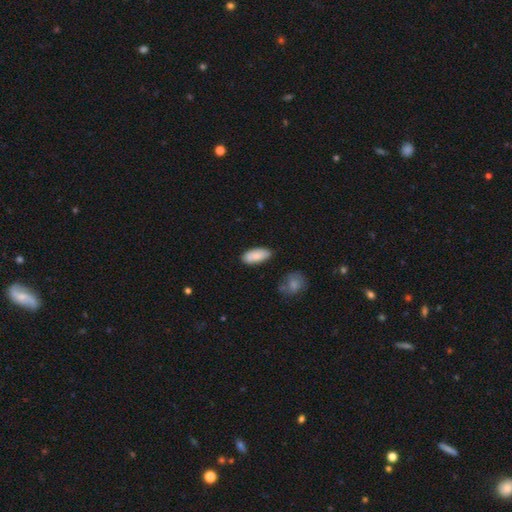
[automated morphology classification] This appears to be a smooth galaxy with no disk features (86%) that is in between round and cigar-shaped (87%). Merging: none (81%).